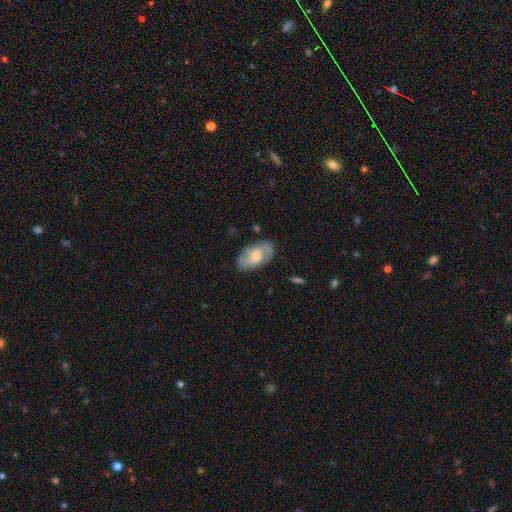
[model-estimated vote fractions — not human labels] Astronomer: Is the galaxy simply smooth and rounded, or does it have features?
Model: featured or disk — 53% (runner-up: smooth, 41%).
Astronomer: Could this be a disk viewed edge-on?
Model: no — 94%.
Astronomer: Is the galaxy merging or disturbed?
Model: none — 74%.